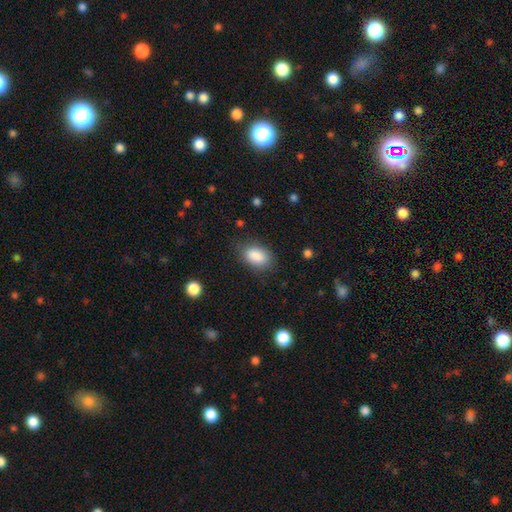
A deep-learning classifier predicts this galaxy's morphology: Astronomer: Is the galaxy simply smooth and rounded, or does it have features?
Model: smooth — 88%.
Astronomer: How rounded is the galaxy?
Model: in between — 90%.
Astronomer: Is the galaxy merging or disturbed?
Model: none — 80%.